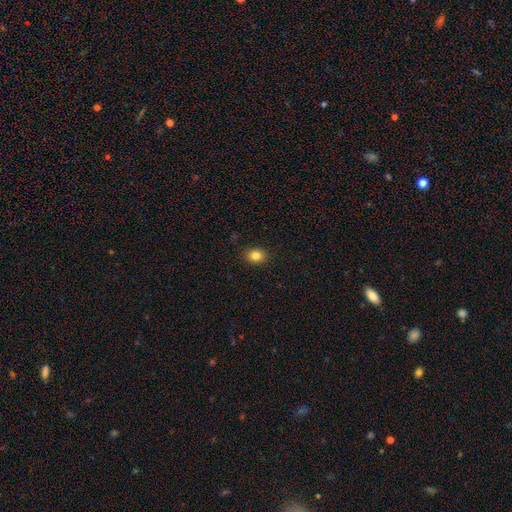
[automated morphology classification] A smooth galaxy with no disk features (83%) that is round (52%).

Vote fractions:
- Smooth or featured? smooth: 83% / star or artifact: 11% / featured or disk: 6%
- How rounded? round: 52% / in between: 47% / cigar-shaped: 1%
- Merging? none: 90% / minor disturbance: 7% / major disturbance: 2% / merger: 1%